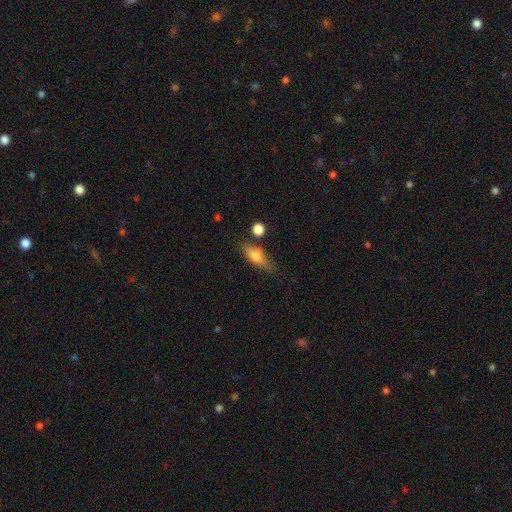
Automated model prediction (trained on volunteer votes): Morphology: type=smooth (64%); roundness=in between (58%); merging=none (70%).